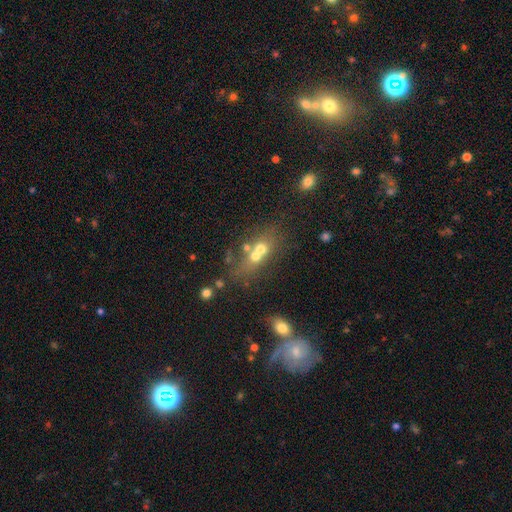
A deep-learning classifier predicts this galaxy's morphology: smooth-or-featured: smooth: 53% | featured or disk: 31% | star or artifact: 16%
  how-rounded: round: 50% | in between: 44% | cigar-shaped: 7%
  merging: merger: 59% | none: 27% | minor disturbance: 8% | major disturbance: 7%